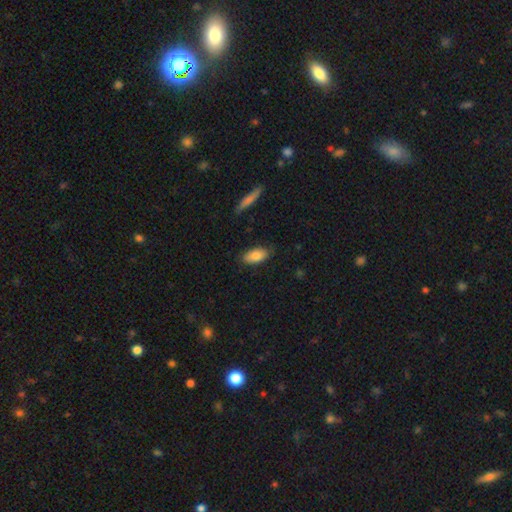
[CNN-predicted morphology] smooth_or_featured: smooth (p=0.84) [alt: featured or disk p=0.09]
how_rounded: in between (p=0.90) [alt: cigar-shaped p=0.07]
merging: none (p=0.82) [alt: minor disturbance p=0.14]